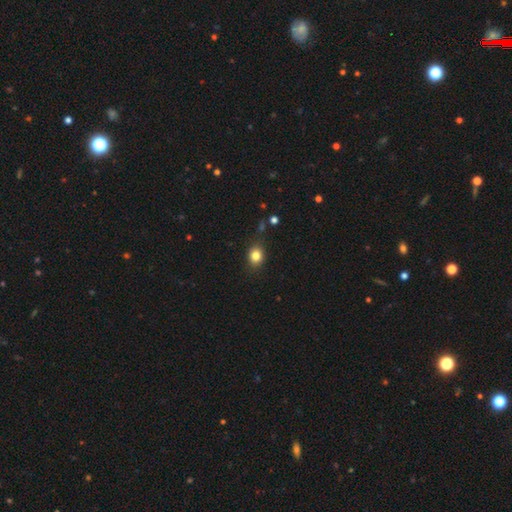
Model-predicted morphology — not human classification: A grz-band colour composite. It shows a smooth galaxy with no disk features (83%) that is round (60%). Merging: none (83%).